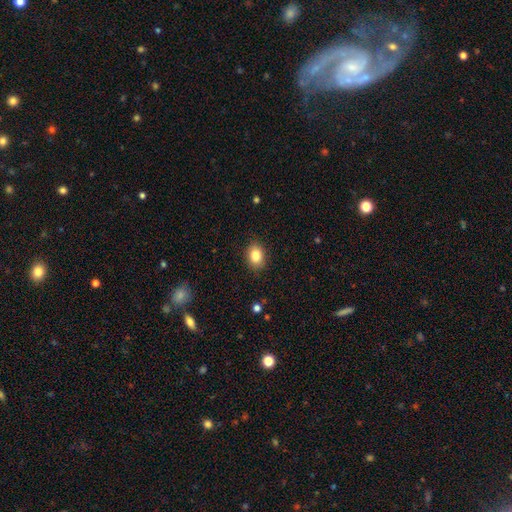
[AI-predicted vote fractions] The model was most divided on "how rounded": in between: 71%, round: 28%, cigar-shaped: 1%. More confident: merging — none (88%); smooth or featured — smooth (84%).